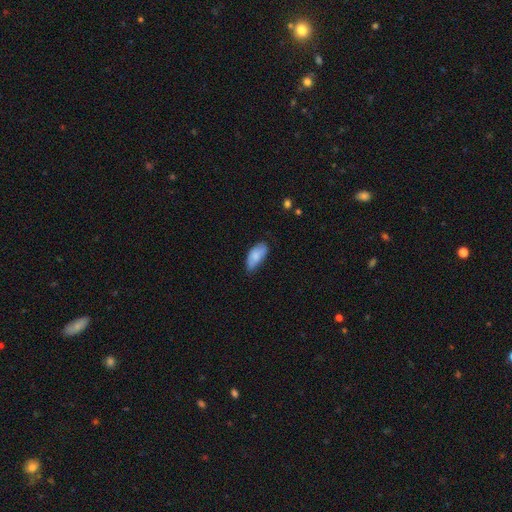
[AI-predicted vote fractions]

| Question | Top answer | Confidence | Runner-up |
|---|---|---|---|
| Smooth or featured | smooth | 81% | featured or disk (13%) |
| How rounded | in between | 91% | cigar-shaped (6%) |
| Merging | none | 62% | minor disturbance (31%) |